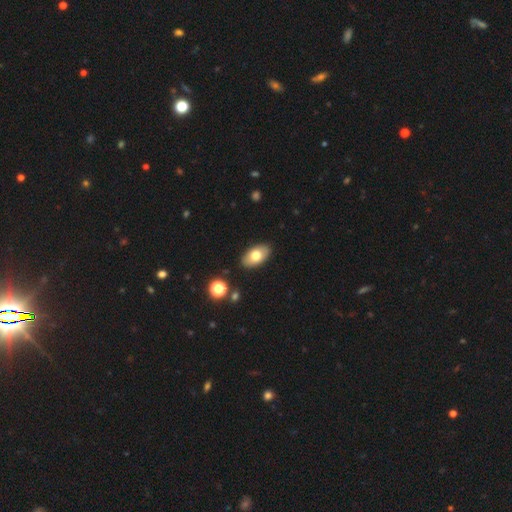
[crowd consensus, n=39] This appears to be a smooth galaxy with no disk features (72%) that is in between round and cigar-shaped (96%). Merging: none (89%).